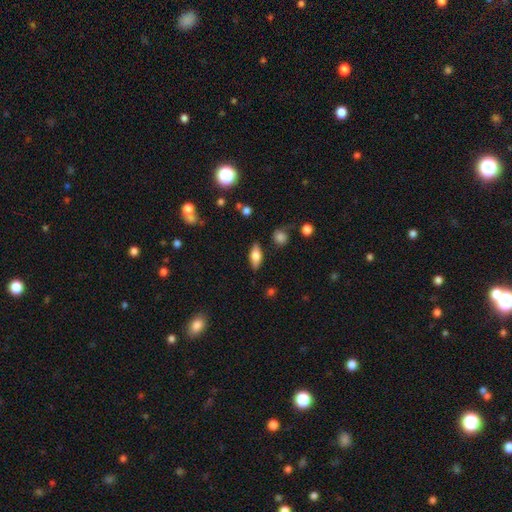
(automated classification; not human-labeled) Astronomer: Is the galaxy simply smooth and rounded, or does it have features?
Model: smooth — 66%.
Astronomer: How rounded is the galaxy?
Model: in between — 77%.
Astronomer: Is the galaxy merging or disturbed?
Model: none — 84%.